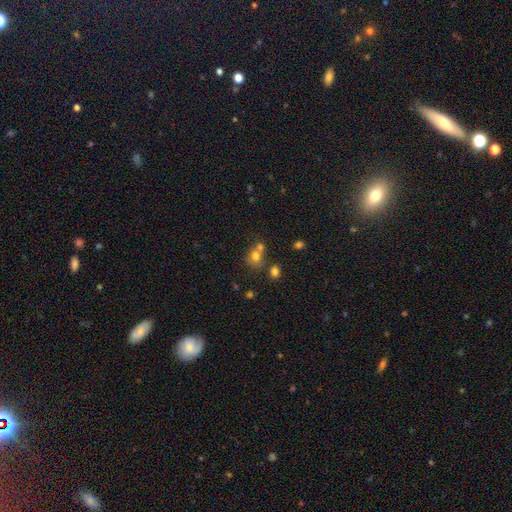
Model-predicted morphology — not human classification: smooth 70%, star or artifact 17%, featured or disk 13%. Down the decision tree: how rounded — round (72%); merging — none (43%).